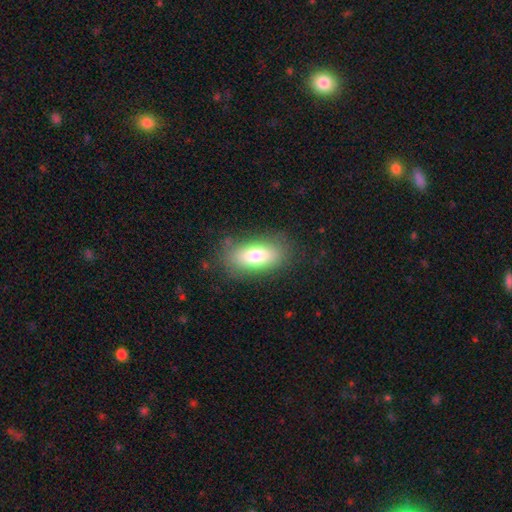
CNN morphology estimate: Smooth or featured? smooth (76%)
How rounded? in between (83%)
Merging? none (81%)